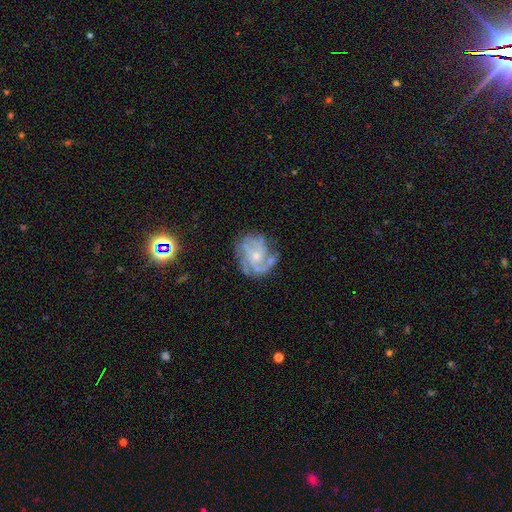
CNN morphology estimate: Smooth or featured? featured or disk (83%)
Edge-on disk? no (98%)
Bar? no (74%)
Spiral arms? yes (92%)
Spiral winding? tight (54%)
Spiral arm count? can't tell (28%)
Bulge size? small (65%)
Merging? none (65%)